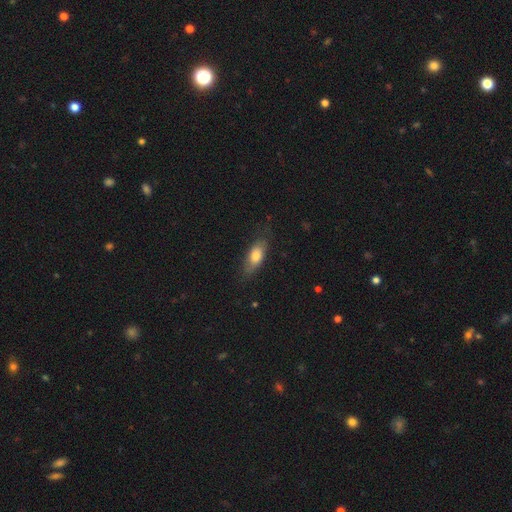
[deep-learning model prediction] Smooth or featured? smooth (71%)
How rounded? in between (79%)
Merging? none (70%)